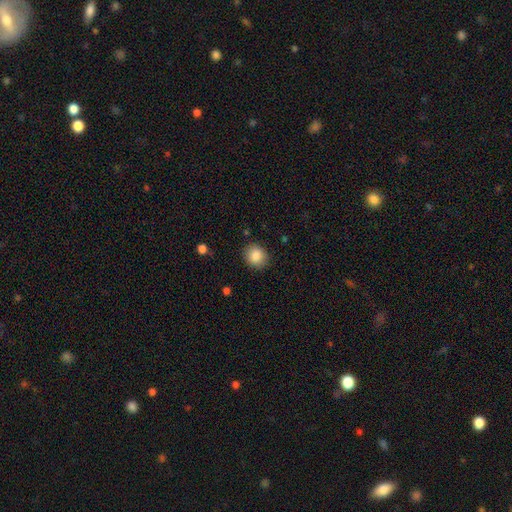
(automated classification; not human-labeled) A smooth galaxy with no disk features (86%) that is round (75%). Merging: none (87%).